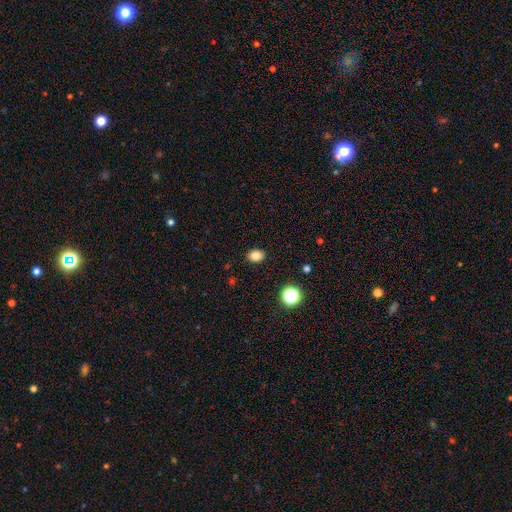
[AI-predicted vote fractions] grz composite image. It shows a smooth galaxy with no disk features (83%) that is in between round and cigar-shaped (62%). Merging: none (89%).